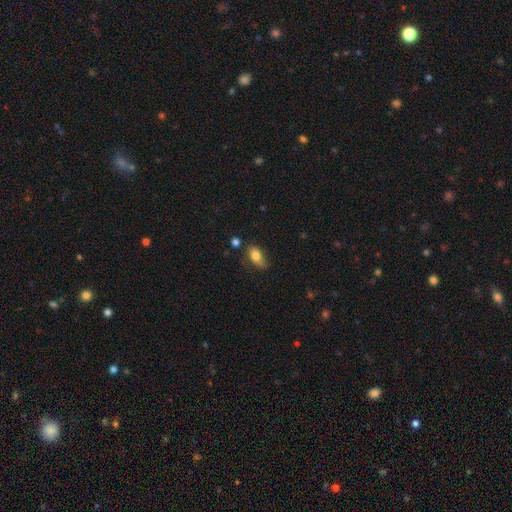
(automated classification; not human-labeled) A smooth galaxy with no disk features (76%) that is in between round and cigar-shaped (85%).

Vote fractions:
- Smooth or featured? smooth: 76% / featured or disk: 16% / star or artifact: 8%
- How rounded? in between: 85% / cigar-shaped: 9% / round: 6%
- Merging? none: 52% / minor disturbance: 33% / major disturbance: 10% / merger: 4%